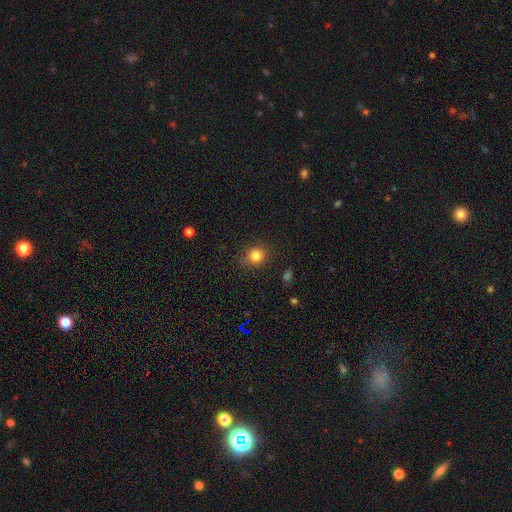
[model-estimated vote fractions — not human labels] A smooth galaxy with no disk features (83%) that is round (82%). Merging: none (84%).